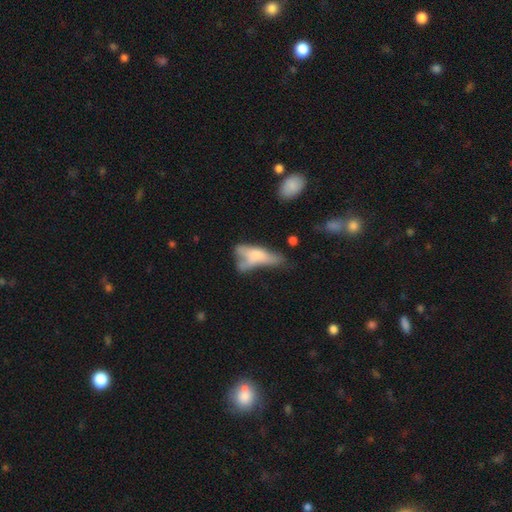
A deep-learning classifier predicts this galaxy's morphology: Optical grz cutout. It shows a smooth galaxy with no disk features (56%) that is in between round and cigar-shaped (54%). Merging: none (28%).